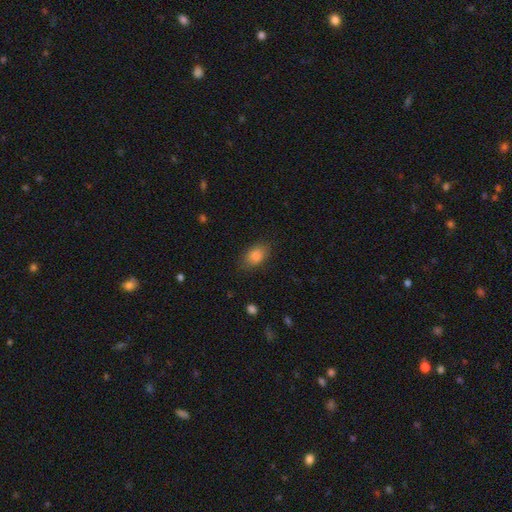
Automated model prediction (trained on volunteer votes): The model was most divided on "merging": none: 80%, minor disturbance: 15%, major disturbance: 4%, merger: 1%. More confident: smooth or featured — smooth (85%); how rounded — in between (85%).